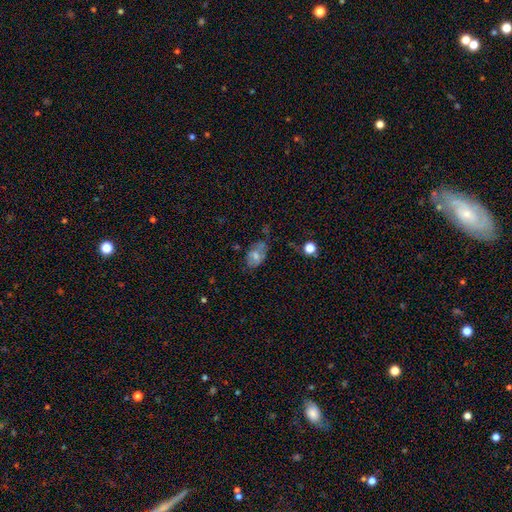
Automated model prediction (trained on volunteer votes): A smooth galaxy with no disk features (42%). Merging: none (59%).